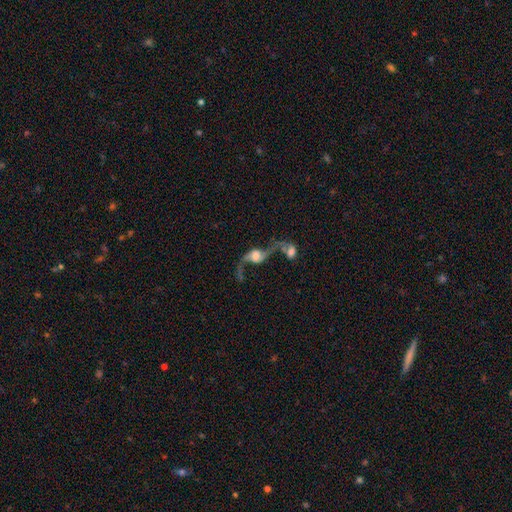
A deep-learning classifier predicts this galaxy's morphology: Q: Smooth or featured?
A: featured or disk (82%); runner-up: smooth (11%)
Q: Edge-on disk?
A: no (90%); runner-up: yes (10%)
Q: Bar?
A: no (55%); runner-up: weak (31%)
Q: Spiral arms?
A: yes (91%); runner-up: no (9%)
Q: Spiral winding?
A: loose (91%); runner-up: medium (7%)
Q: Spiral arm count?
A: 2 (89%); runner-up: 1 (6%)
Q: Bulge size?
A: large (38%); runner-up: moderate (34%)
Q: Merging?
A: merger (47%); runner-up: none (28%)